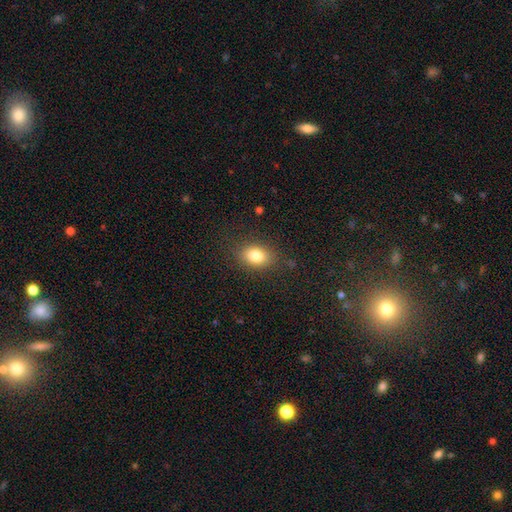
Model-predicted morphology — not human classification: Smooth or featured: smooth — 81% (star or artifact — 10%)
How rounded: in between — 74% (round — 24%)
Merging: none — 84% (minor disturbance — 11%)